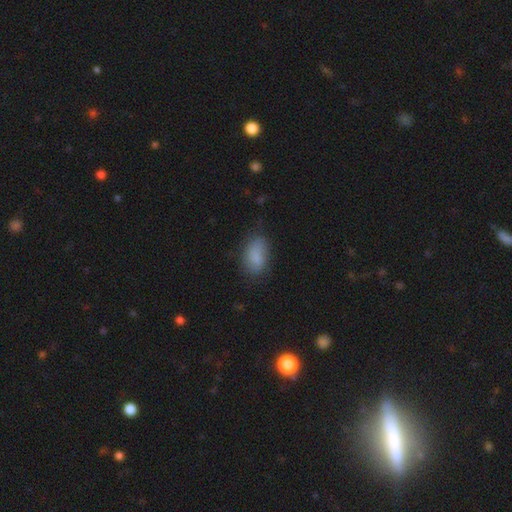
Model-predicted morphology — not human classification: Smooth or featured?
  - smooth: 83% *
  - star or artifact: 8%
  - featured or disk: 8%
How rounded?
  - in between: 91% *
  - round: 6%
  - cigar-shaped: 3%
Merging?
  - none: 70% *
  - minor disturbance: 22%
  - major disturbance: 7%
  - merger: 2%